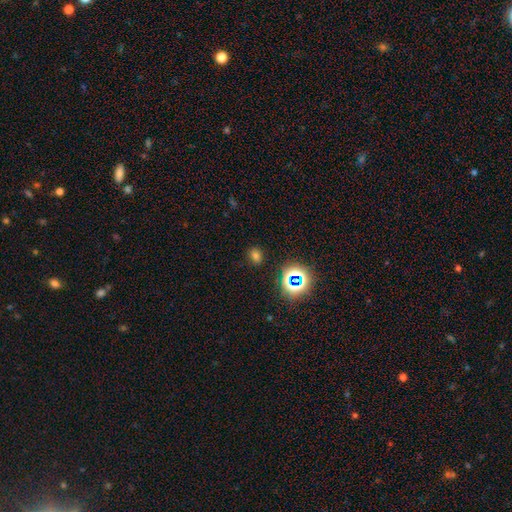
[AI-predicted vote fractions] A smooth galaxy with no disk features (66%) that is in between round and cigar-shaped (50%).

Vote fractions:
- Smooth or featured? smooth: 66% / star or artifact: 28% / featured or disk: 6%
- How rounded? in between: 50% / round: 49% / cigar-shaped: 1%
- Merging? none: 84% / minor disturbance: 10% / major disturbance: 4% / merger: 2%